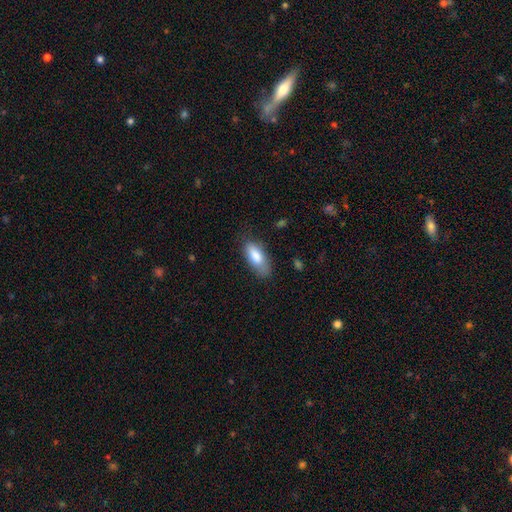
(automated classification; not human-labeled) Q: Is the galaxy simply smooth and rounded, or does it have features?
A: smooth — 82%.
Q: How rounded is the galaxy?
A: in between — 81%.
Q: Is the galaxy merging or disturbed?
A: none — 67%.